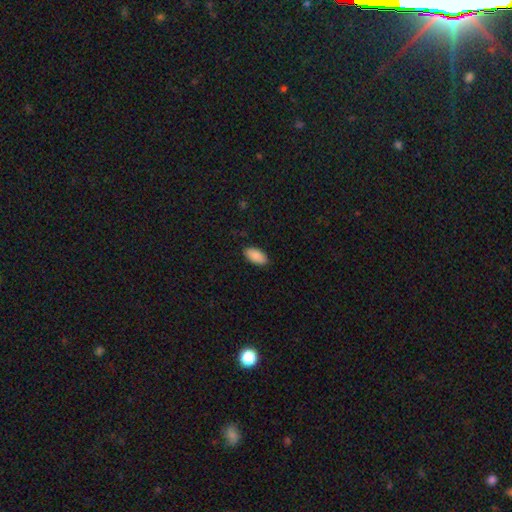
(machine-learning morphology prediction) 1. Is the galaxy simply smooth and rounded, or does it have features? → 90% smooth, 6% star or artifact, 3% featured or disk.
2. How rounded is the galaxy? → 95% in between, 3% cigar-shaped, 2% round.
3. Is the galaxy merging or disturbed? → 88% none, 9% minor disturbance, 2% major disturbance, 1% merger.